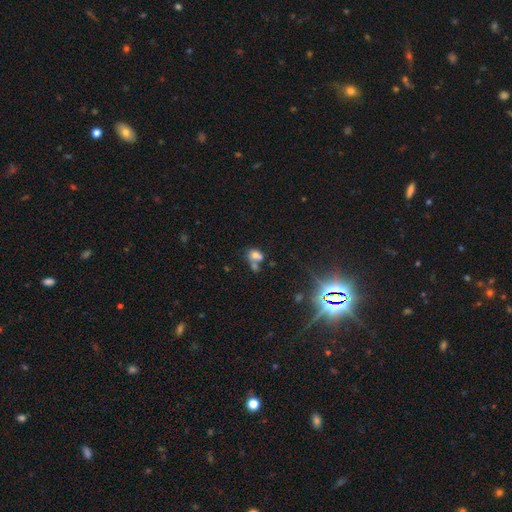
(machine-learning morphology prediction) A smooth galaxy with no disk features (64%) that is in between round and cigar-shaped (62%).

Vote fractions:
- Smooth or featured? smooth: 64% / featured or disk: 19% / star or artifact: 18%
- How rounded? in between: 62% / round: 36% / cigar-shaped: 2%
- Merging? merger: 55% / none: 27% / minor disturbance: 10% / major disturbance: 7%